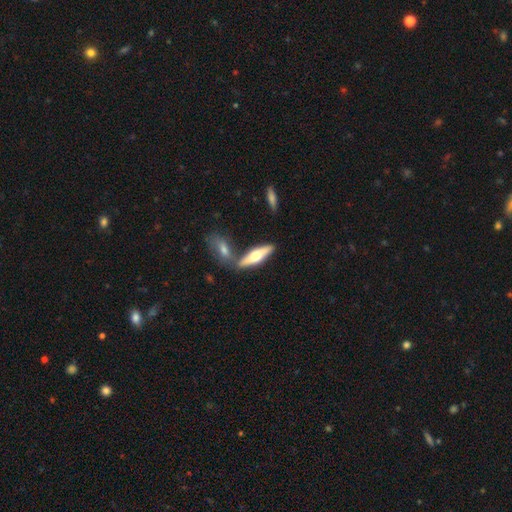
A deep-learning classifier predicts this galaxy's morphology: A smooth galaxy with no disk features (50%). Merging: none (60%).